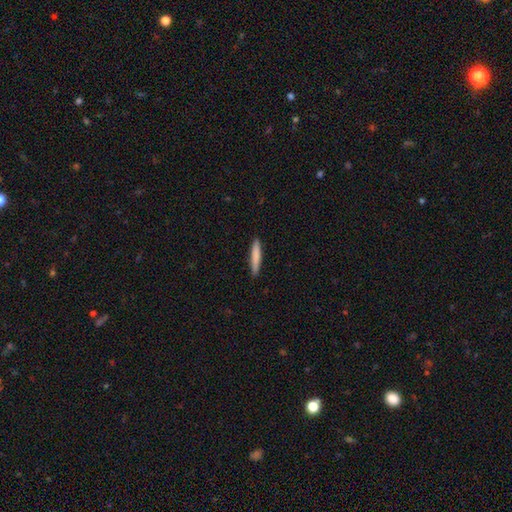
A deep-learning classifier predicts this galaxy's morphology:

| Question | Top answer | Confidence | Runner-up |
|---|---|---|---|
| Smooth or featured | smooth | 79% | featured or disk (15%) |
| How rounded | cigar-shaped | 93% | in between (6%) |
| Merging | none | 90% | minor disturbance (8%) |